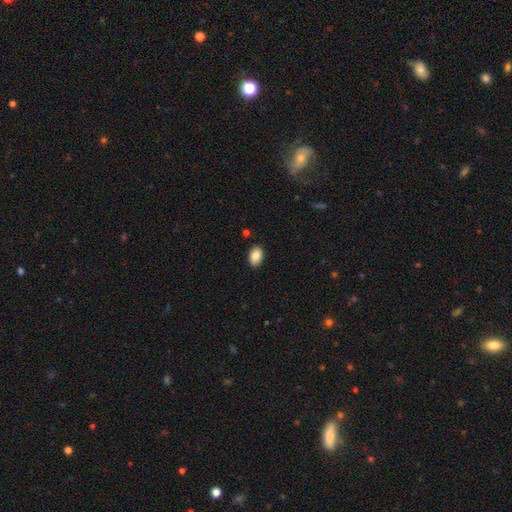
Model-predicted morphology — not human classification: A smooth galaxy with no disk features (87%) that is in between round and cigar-shaped (87%).

Vote fractions:
- Smooth or featured? smooth: 87% / star or artifact: 7% / featured or disk: 5%
- How rounded? in between: 87% / round: 11% / cigar-shaped: 1%
- Merging? none: 88% / minor disturbance: 9% / major disturbance: 2% / merger: 1%